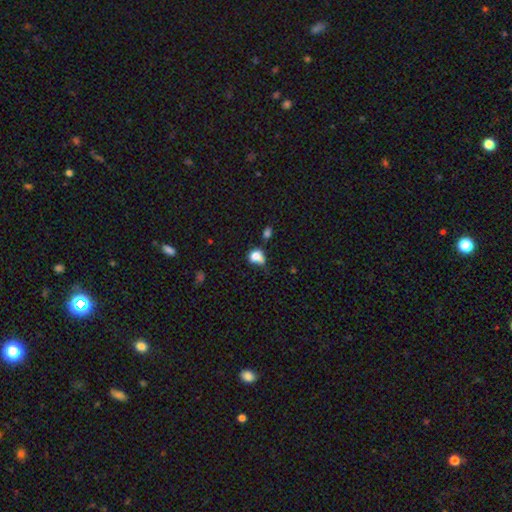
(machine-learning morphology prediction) Smooth or featured? smooth (74%)
How rounded? round (52%)
Merging? merger (32%)